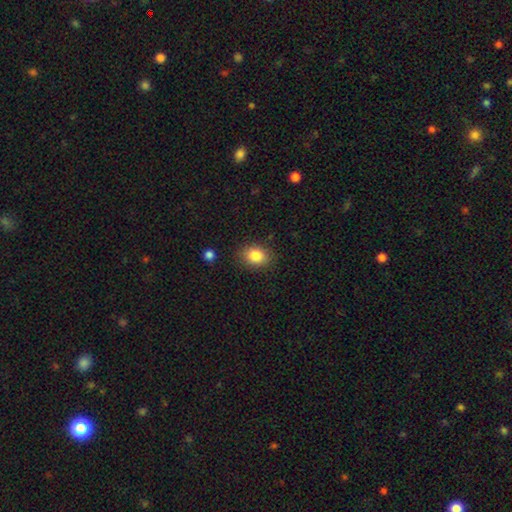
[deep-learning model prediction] Q: Smooth or featured?
A: smooth (85%); runner-up: star or artifact (9%)
Q: How rounded?
A: in between (57%); runner-up: round (42%)
Q: Merging?
A: none (84%); runner-up: minor disturbance (12%)